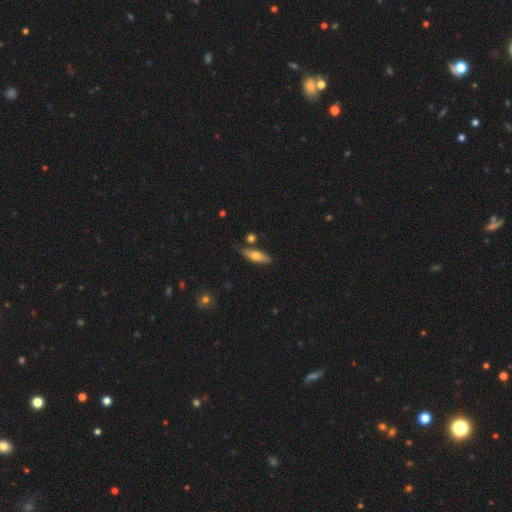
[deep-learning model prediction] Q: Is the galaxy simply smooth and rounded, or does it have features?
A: smooth — 68%.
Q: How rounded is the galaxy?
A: in between — 52%.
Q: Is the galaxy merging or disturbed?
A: none — 79%.